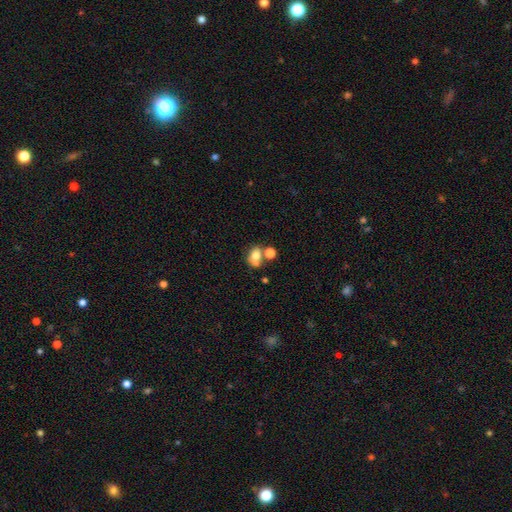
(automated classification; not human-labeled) This is likely a smooth galaxy (71%). How rounded: possibly in between (59%). Merging: marginally merger (39%).